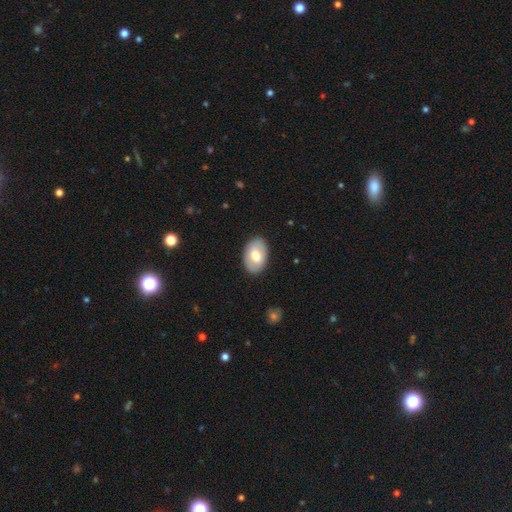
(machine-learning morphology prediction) A smooth galaxy with no disk features (62%) that is in between round and cigar-shaped (90%).

Vote fractions:
- Smooth or featured? smooth: 62% / featured or disk: 32% / star or artifact: 6%
- How rounded? in between: 90% / round: 9% / cigar-shaped: 1%
- Merging? none: 87% / minor disturbance: 10% / major disturbance: 2% / merger: 1%